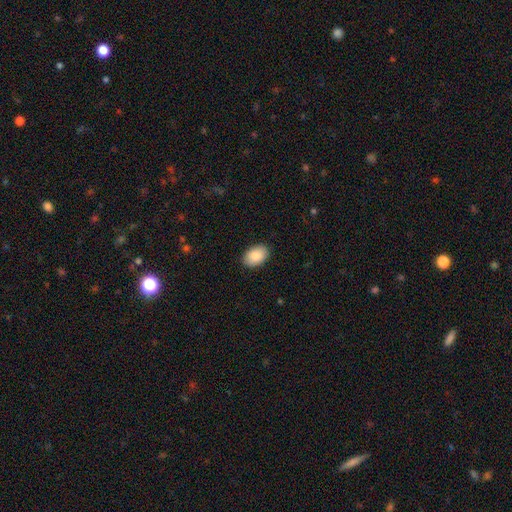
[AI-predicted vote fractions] This appears to be a smooth galaxy with no disk features (89%) that is in between round and cigar-shaped (88%). Merging: none (89%).